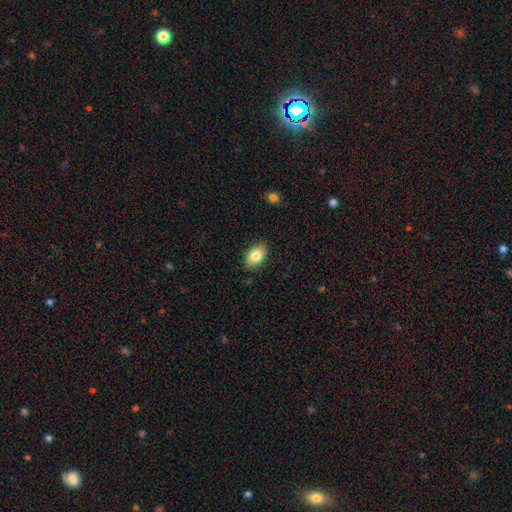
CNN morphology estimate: type=smooth (83%); roundness=in between (87%); merging=none (86%).